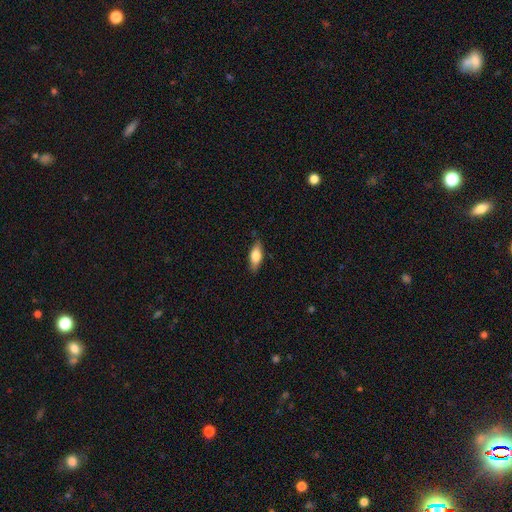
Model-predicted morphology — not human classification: Overall: smooth (72%). How rounded: in between (73%). Merging: none (83%).